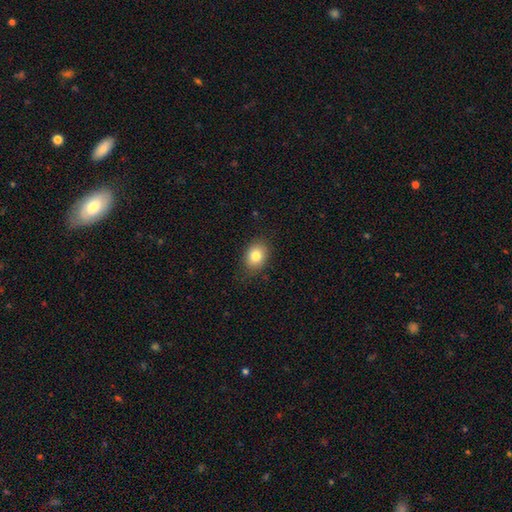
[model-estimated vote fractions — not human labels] This appears to be a smooth galaxy with no disk features (81%) that is in between round and cigar-shaped (62%). Merging: none (82%).